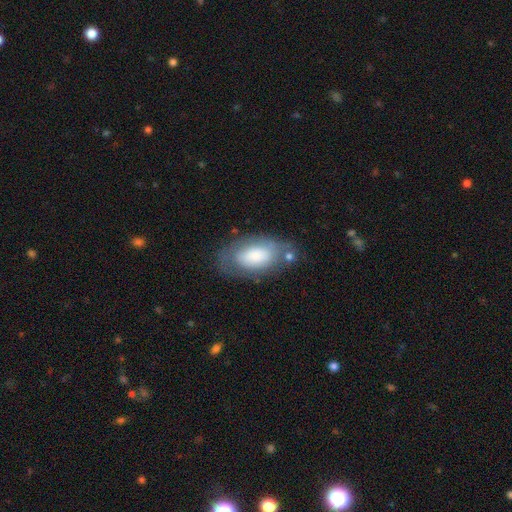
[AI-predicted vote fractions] A smooth galaxy with no disk features (66%) that is in between round and cigar-shaped (93%). Merging: none (61%).